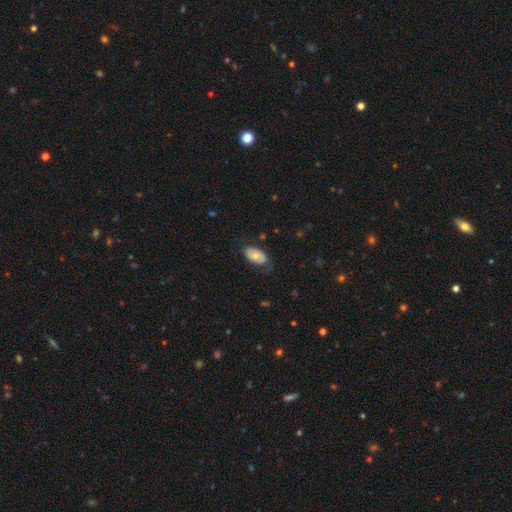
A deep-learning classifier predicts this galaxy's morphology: smooth-or-featured: smooth: 63% | featured or disk: 31% | star or artifact: 6%
  how-rounded: in between: 93% | round: 5% | cigar-shaped: 2%
  merging: none: 65% | minor disturbance: 24% | major disturbance: 10% | merger: 1%